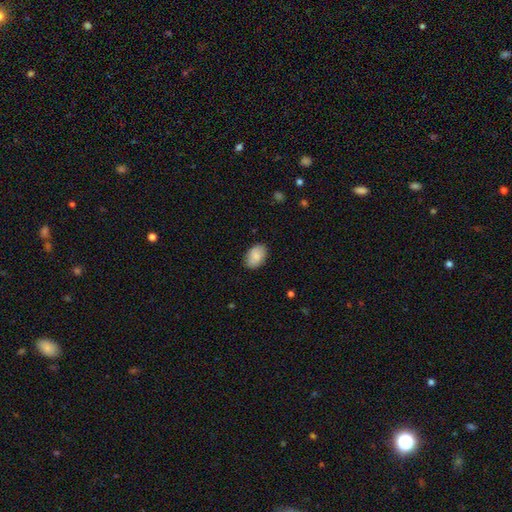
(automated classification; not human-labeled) smooth 81%, featured or disk 13%, star or artifact 6%. Down the decision tree: how rounded — in between (87%); merging — none (83%).